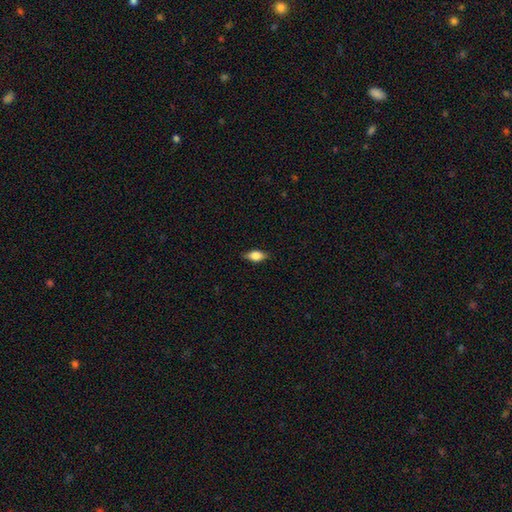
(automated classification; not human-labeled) Smooth or featured? Predicted: smooth (p=0.70). How rounded? Predicted: in between (p=0.83). Merging? Predicted: none (p=0.85).